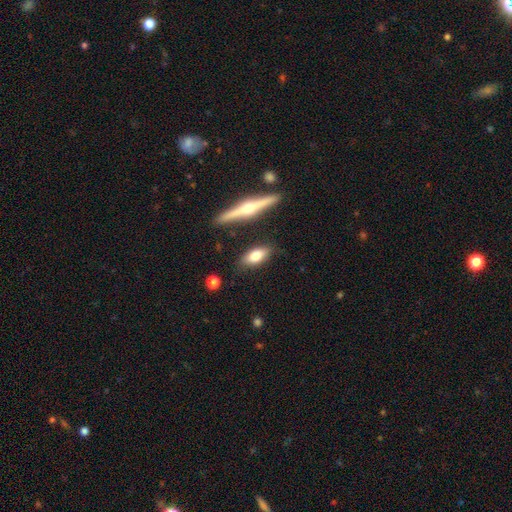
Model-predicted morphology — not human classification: smooth-or-featured: smooth: 71% | featured or disk: 23% | star or artifact: 7%
  how-rounded: in between: 80% | cigar-shaped: 16% | round: 4%
  merging: none: 82% | minor disturbance: 12% | merger: 3% | major disturbance: 3%